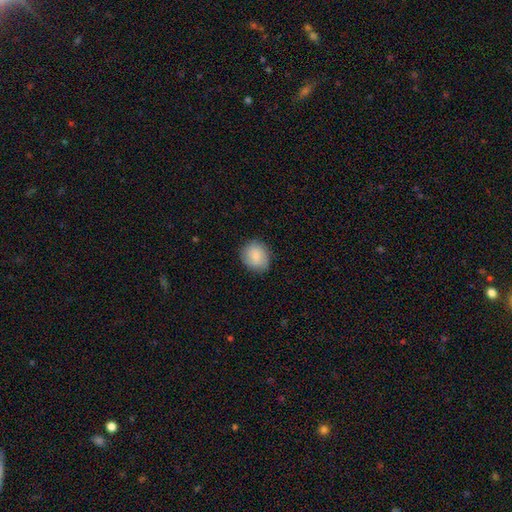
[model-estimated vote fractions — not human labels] smooth_or_featured: smooth (p=0.82) [alt: featured or disk p=0.11]
how_rounded: round (p=0.73) [alt: in between p=0.26]
merging: none (p=0.83) [alt: minor disturbance p=0.13]